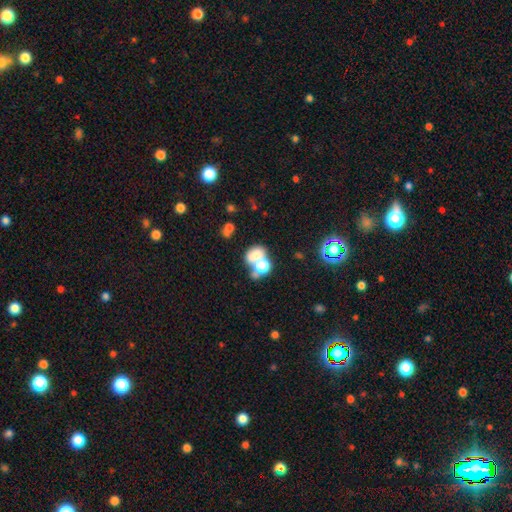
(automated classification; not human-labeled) Smooth or featured? Predicted: smooth (p=0.65). How rounded? Predicted: in between (p=0.64). Merging? Predicted: merger (p=0.58).